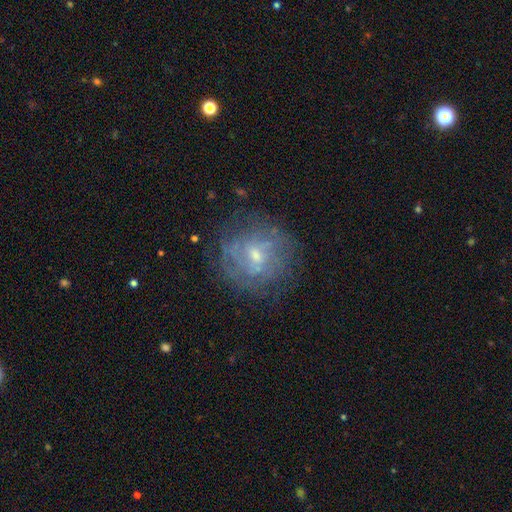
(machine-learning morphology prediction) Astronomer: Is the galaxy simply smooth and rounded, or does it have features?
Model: featured or disk — 68%.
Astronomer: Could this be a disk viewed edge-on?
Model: no — 97%.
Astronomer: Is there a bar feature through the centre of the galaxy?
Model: no — 49% (runner-up: weak, 44%).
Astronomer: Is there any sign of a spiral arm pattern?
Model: yes — 66%.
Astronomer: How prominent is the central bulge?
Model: small — 59% (runner-up: moderate, 34%).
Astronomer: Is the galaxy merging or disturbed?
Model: none — 71%.